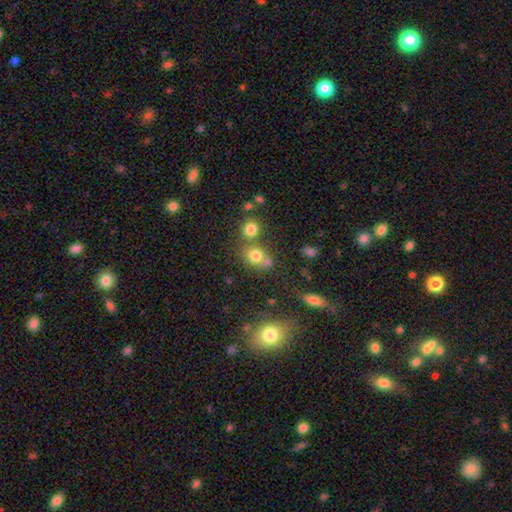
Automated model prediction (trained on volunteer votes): A smooth galaxy with no disk features (74%) that is round (74%).

Vote fractions:
- Smooth or featured? smooth: 74% / star or artifact: 16% / featured or disk: 10%
- How rounded? round: 74% / in between: 24% / cigar-shaped: 1%
- Merging? none: 55% / merger: 30% / minor disturbance: 11% / major disturbance: 4%